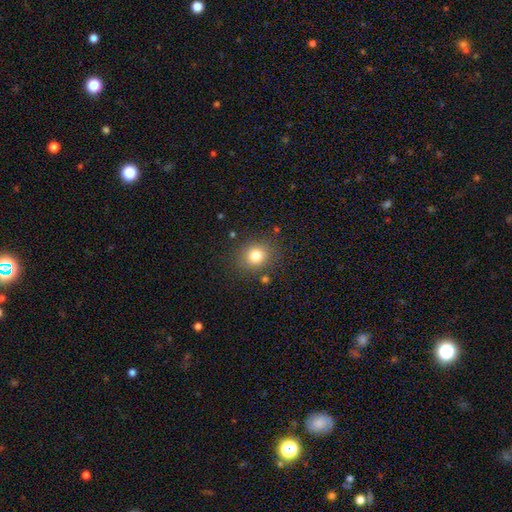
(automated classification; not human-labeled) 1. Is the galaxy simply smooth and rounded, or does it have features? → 79% smooth, 13% star or artifact, 8% featured or disk.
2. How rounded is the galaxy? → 76% round, 23% in between, 1% cigar-shaped.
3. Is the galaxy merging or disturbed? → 83% none, 10% minor disturbance, 4% major disturbance, 3% merger.